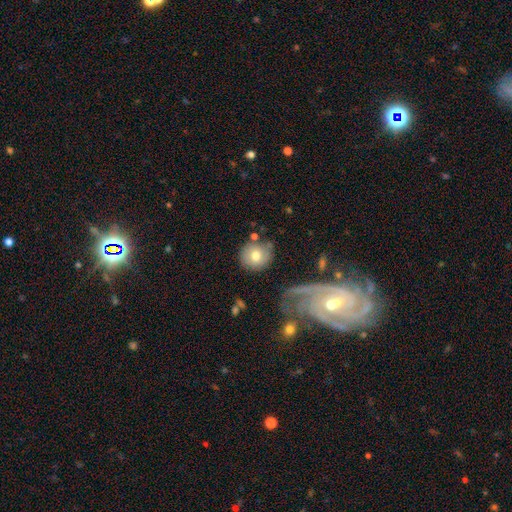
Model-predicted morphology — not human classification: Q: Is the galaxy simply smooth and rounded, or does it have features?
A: smooth — 72%.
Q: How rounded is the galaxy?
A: round — 89%.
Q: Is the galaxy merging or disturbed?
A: none — 74%.